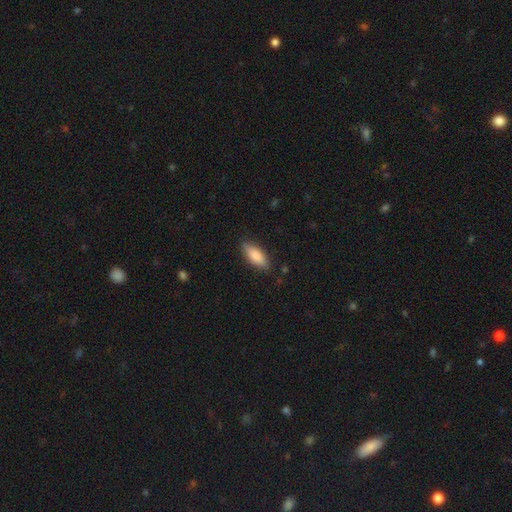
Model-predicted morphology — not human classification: Smooth or featured: smooth — 83% (featured or disk — 11%)
How rounded: in between — 73% (cigar-shaped — 25%)
Merging: none — 85% (minor disturbance — 12%)